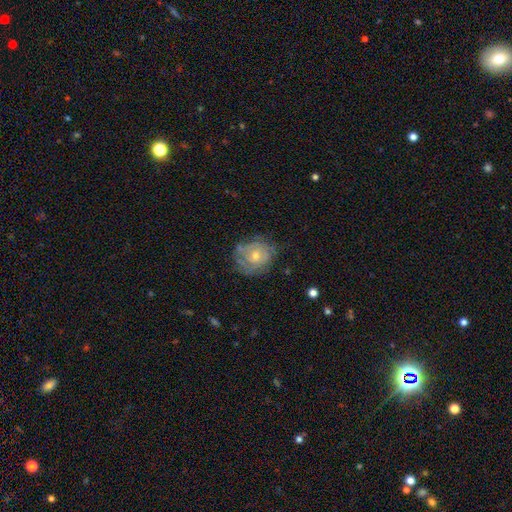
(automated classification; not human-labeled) Smooth or featured: featured or disk — 63% (smooth — 28%)
Edge-on disk: no — 97% (yes — 3%)
Bar: no — 83% (weak — 14%)
Spiral arms: yes — 71% (no — 29%)
Bulge size: moderate — 50% (small — 46%)
Merging: none — 65% (minor disturbance — 23%)